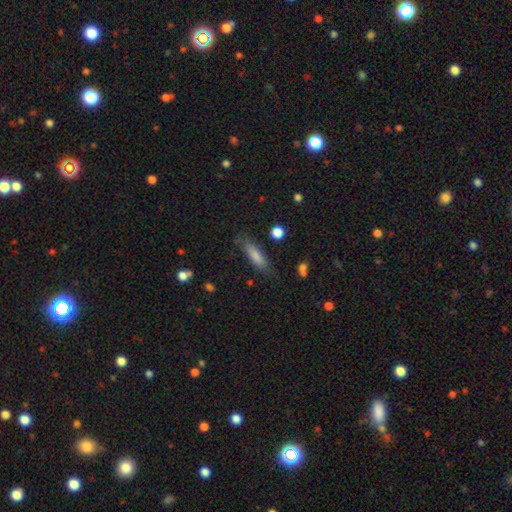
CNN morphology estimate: Overall: smooth (80%). How rounded: cigar-shaped (60%; in between 37%). Merging: none (74%).